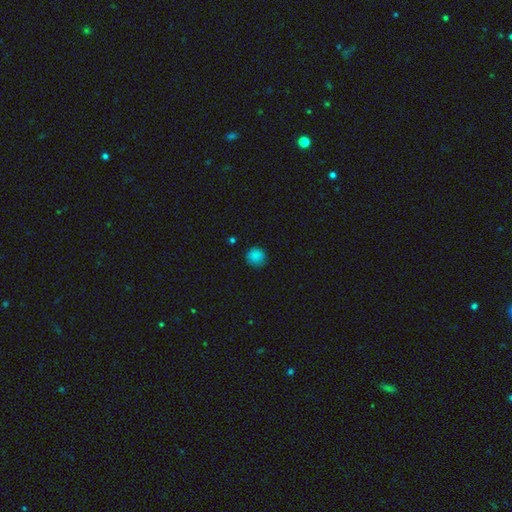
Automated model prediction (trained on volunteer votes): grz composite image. It shows a smooth galaxy with no disk features (85%) that is round (92%). Merging: none (86%).